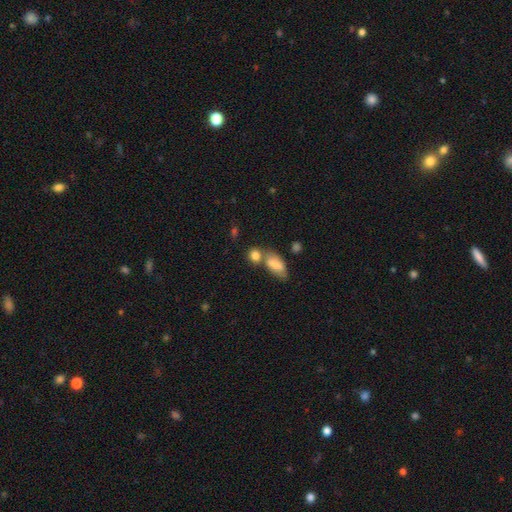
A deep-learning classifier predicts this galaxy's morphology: A smooth galaxy with no disk features (83%) that is in between round and cigar-shaped (52%). Merging: none (45%).